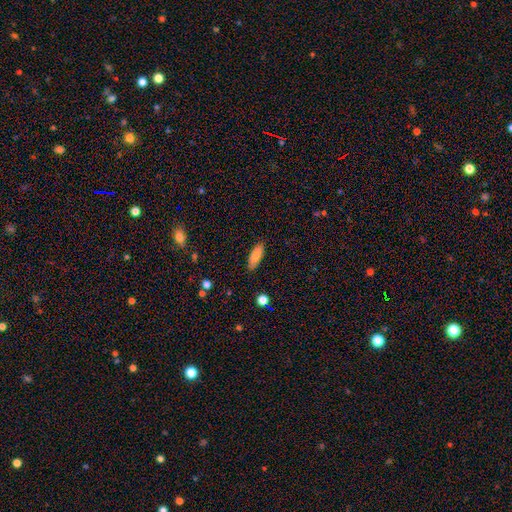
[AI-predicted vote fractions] The model was most divided on "how rounded": in between: 65%, cigar-shaped: 33%, round: 2%. More confident: merging — none (87%); smooth or featured — smooth (84%).